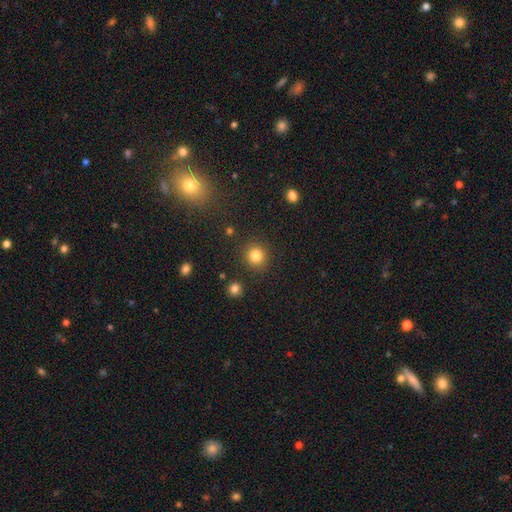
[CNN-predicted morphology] Overall: smooth (84%). How rounded: round (91%). Merging: none (89%).